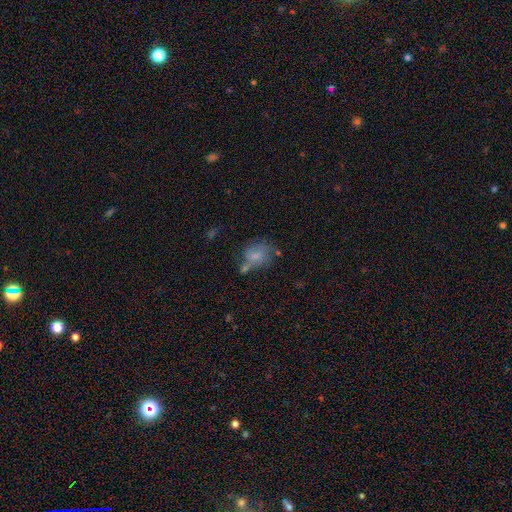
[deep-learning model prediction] Smooth or featured? smooth (67%)
How rounded? round (50%)
Merging? none (40%)